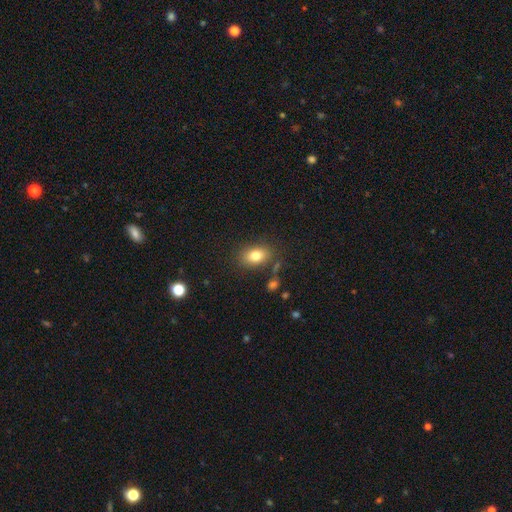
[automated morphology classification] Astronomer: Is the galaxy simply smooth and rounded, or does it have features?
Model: smooth — 79%.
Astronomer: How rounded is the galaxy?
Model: in between — 80%.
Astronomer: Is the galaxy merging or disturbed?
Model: none — 79%.